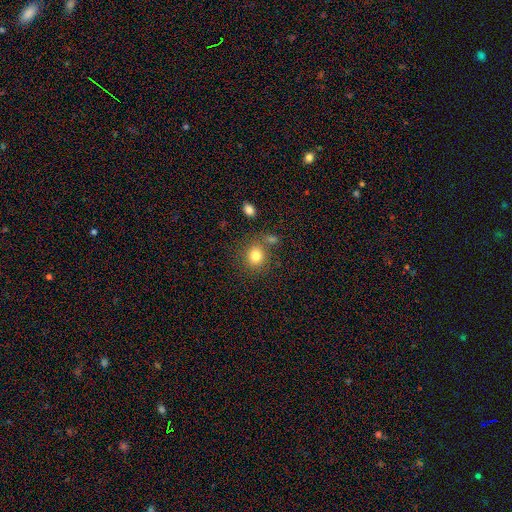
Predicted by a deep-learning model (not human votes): The model was most divided on "how rounded": round: 79%, in between: 20%, cigar-shaped: 1%. More confident: smooth or featured — smooth (81%); merging — none (73%).